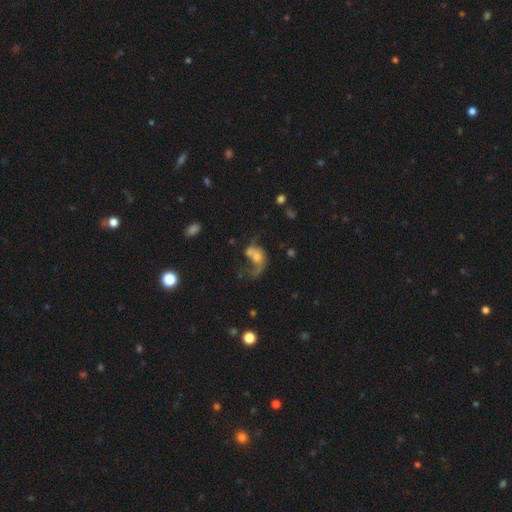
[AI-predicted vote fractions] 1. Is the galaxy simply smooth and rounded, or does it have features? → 46% featured or disk, 42% smooth, 12% star or artifact.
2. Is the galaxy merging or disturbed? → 38% major disturbance, 30% merger, 20% none, 12% minor disturbance.